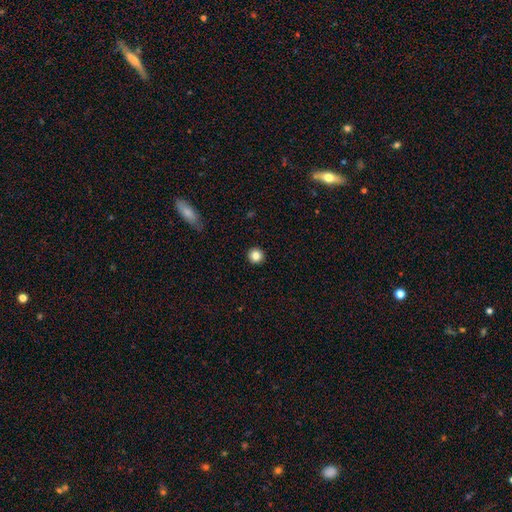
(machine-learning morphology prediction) Smooth or featured?
  - smooth: 84% *
  - star or artifact: 10%
  - featured or disk: 6%
How rounded?
  - round: 95% *
  - in between: 4%
  - cigar-shaped: 1%
Merging?
  - none: 93% *
  - minor disturbance: 5%
  - major disturbance: 2%
  - merger: 1%